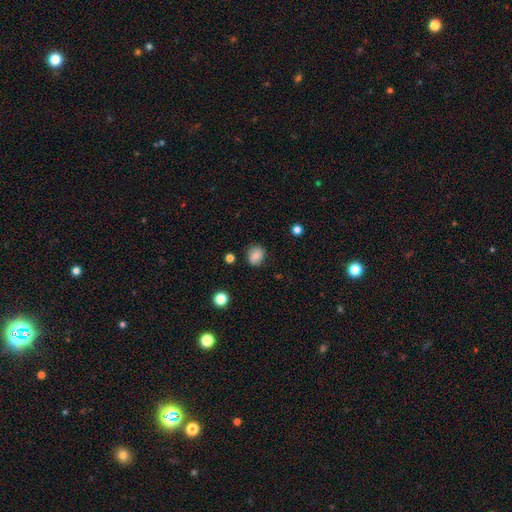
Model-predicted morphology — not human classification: smooth 80%, featured or disk 10%, star or artifact 10%. Down the decision tree: how rounded — round (73%); merging — none (80%).